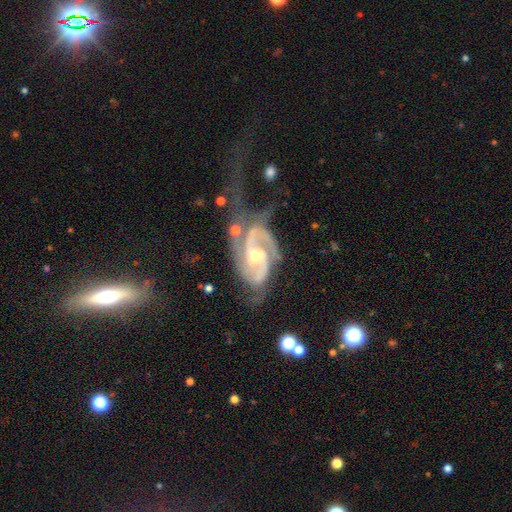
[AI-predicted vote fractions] A featured or disk galaxy (92%) with no bar (42%), 2 (76%) medium (48%) spiral arms (98%) and a moderate central bulge (60%). Merging: none (40%).